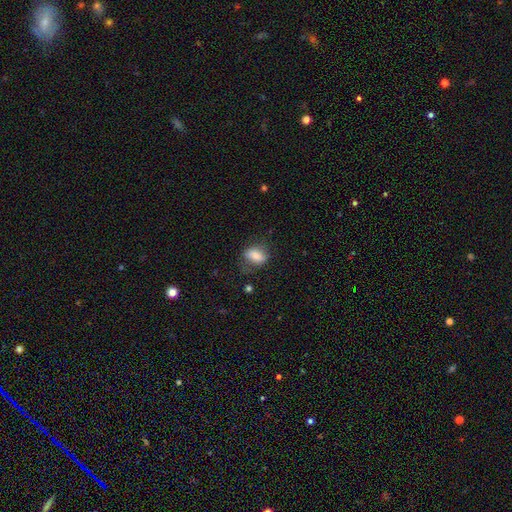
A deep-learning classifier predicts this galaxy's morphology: This appears to be a smooth galaxy with no disk features (80%) that is in between round and cigar-shaped (81%). Merging: none (59%).